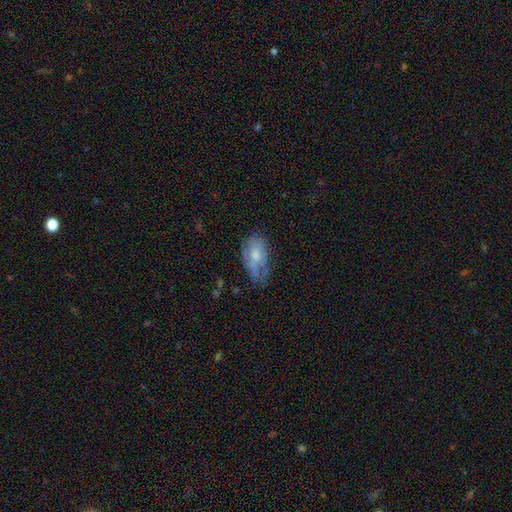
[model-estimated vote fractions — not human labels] Q: Smooth or featured?
A: smooth (60%); runner-up: featured or disk (32%)
Q: How rounded?
A: in between (91%); runner-up: round (6%)
Q: Merging?
A: none (41%); runner-up: minor disturbance (36%)